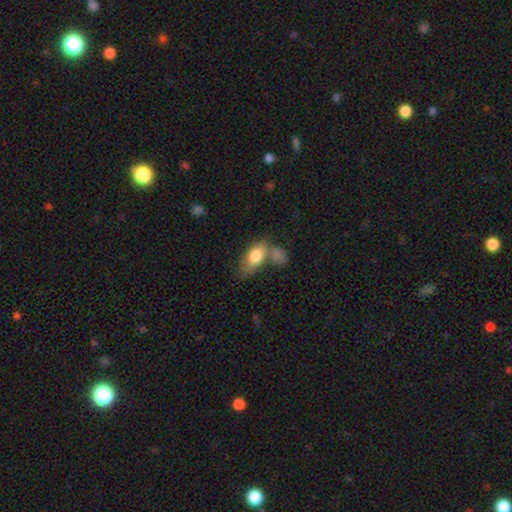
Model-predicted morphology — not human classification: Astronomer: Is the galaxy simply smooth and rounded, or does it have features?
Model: smooth — 79%.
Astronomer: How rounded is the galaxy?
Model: in between — 88%.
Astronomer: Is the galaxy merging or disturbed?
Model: none — 37% (runner-up: merger, 35%).